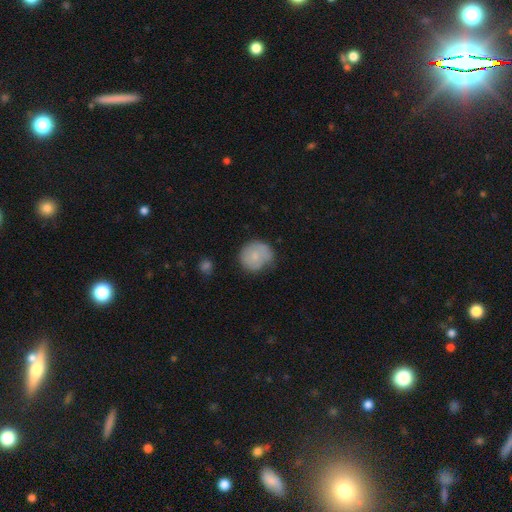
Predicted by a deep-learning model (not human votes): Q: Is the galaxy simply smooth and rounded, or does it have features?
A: smooth — 72%.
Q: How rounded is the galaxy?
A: round — 84%.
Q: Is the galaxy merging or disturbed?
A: none — 61%.